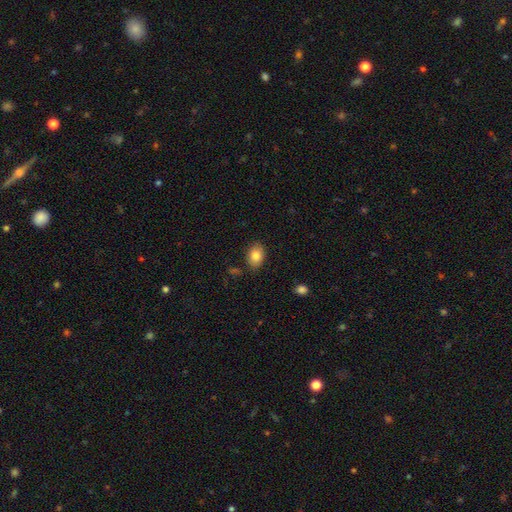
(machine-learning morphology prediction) The model was most divided on "how rounded": in between: 81%, round: 18%, cigar-shaped: 1%. More confident: merging — none (84%); smooth or featured — smooth (83%).